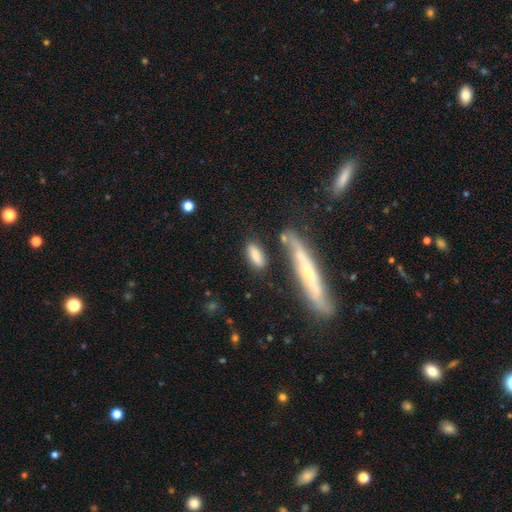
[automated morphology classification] type=smooth (80%); roundness=in between (70%); merging=none (72%).